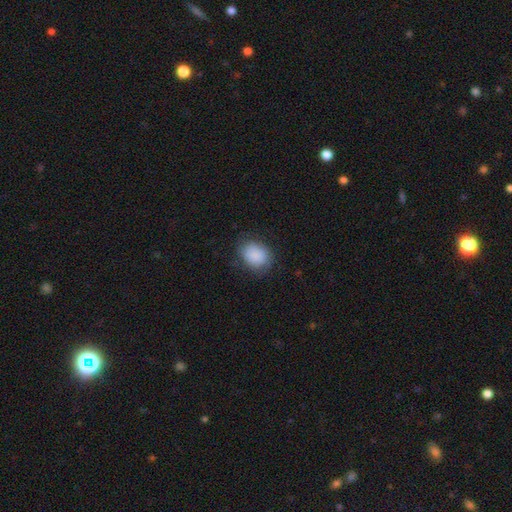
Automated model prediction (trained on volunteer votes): This appears to be a smooth galaxy with no disk features (87%) that is in between round and cigar-shaped (57%). Merging: none (73%).